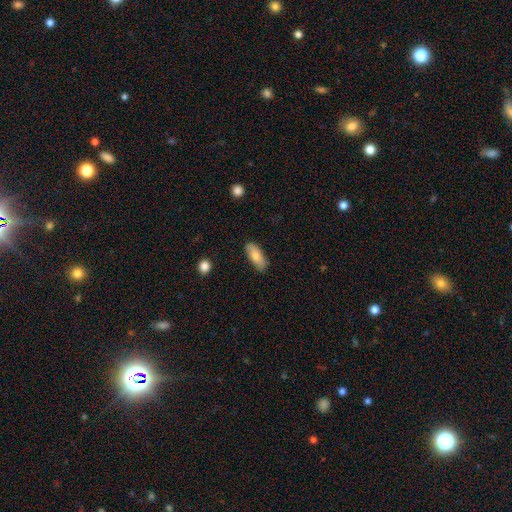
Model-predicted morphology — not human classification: Overall: smooth (77%). How rounded: in between (77%). Merging: none (82%).